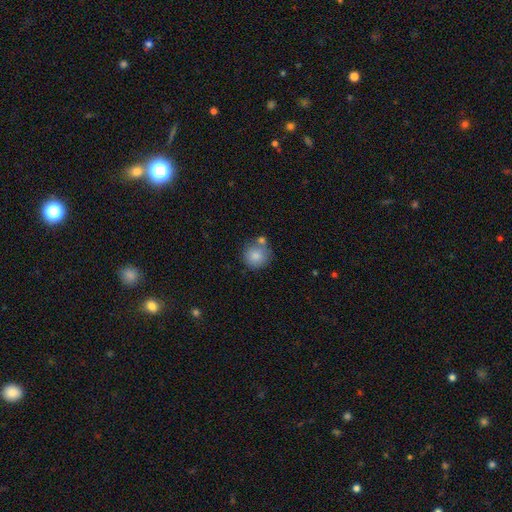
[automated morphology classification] Smooth or featured? smooth (84%)
How rounded? round (91%)
Merging? none (62%)